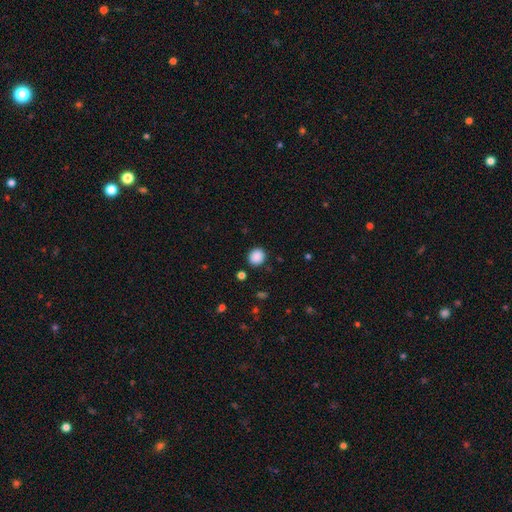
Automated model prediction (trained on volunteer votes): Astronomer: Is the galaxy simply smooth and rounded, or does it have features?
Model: smooth — 88%.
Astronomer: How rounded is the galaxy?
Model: round — 77%.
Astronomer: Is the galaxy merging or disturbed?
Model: none — 88%.